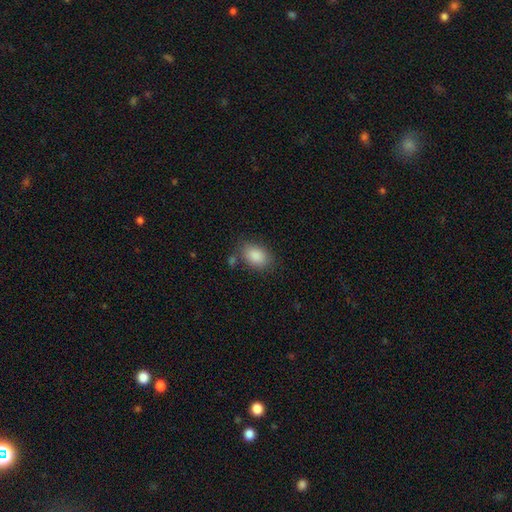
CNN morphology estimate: A smooth galaxy with no disk features (88%) that is in between round and cigar-shaped (81%). Merging: none (73%).